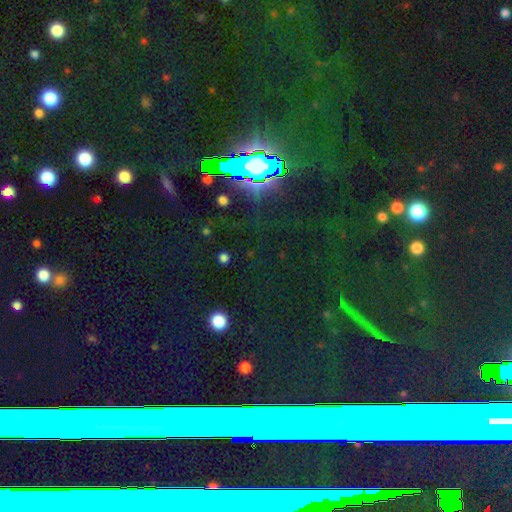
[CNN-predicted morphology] Q: Smooth or featured?
A: star or artifact (76%); runner-up: smooth (12%)